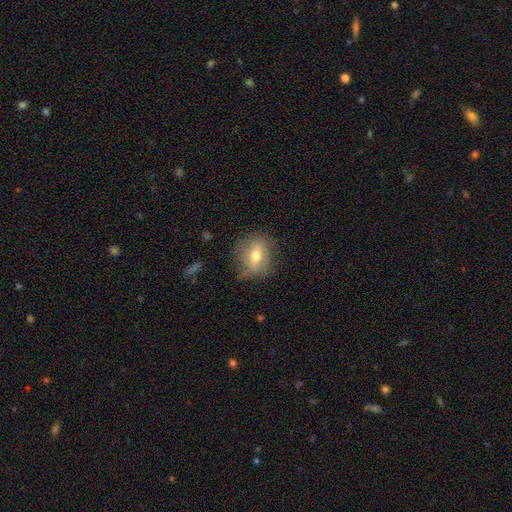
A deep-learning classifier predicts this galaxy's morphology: Smooth or featured?
  - smooth: 59% *
  - featured or disk: 31%
  - star or artifact: 9%
How rounded?
  - round: 60% *
  - in between: 38%
  - cigar-shaped: 2%
Merging?
  - none: 69% *
  - minor disturbance: 22%
  - major disturbance: 7%
  - merger: 1%